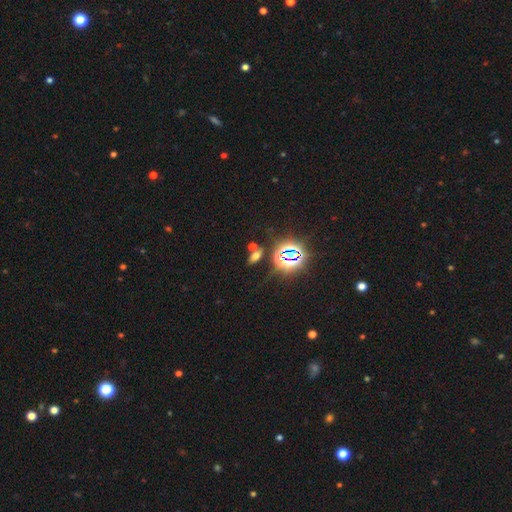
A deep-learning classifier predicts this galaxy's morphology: The model was most divided on "smooth or featured": smooth: 49%, star or artifact: 39%, featured or disk: 12%. More confident: merging — none (66%).